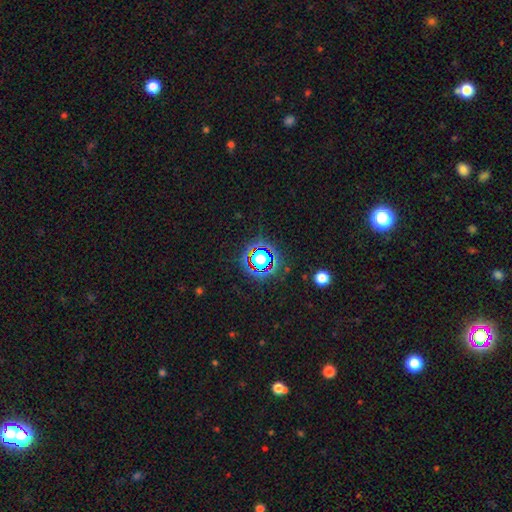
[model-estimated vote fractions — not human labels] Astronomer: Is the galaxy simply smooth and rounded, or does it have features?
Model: star or artifact — 78%.